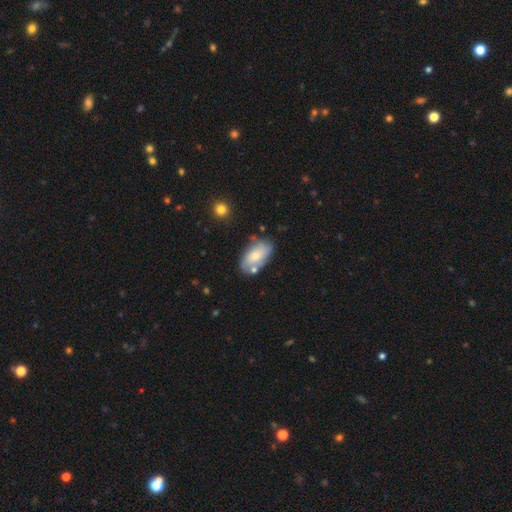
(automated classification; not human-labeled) Smooth or featured: smooth — 65% (featured or disk — 28%)
How rounded: in between — 93% (round — 4%)
Merging: none — 64% (minor disturbance — 20%)